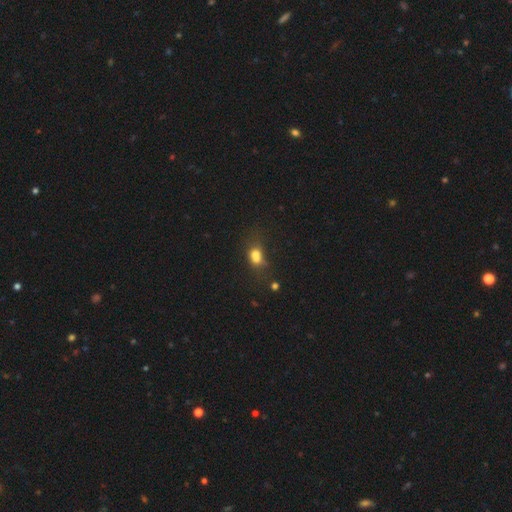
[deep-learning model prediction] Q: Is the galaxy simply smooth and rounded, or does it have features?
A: smooth — 69%.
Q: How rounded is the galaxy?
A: in between — 60%.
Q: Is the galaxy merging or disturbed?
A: merger — 42%.